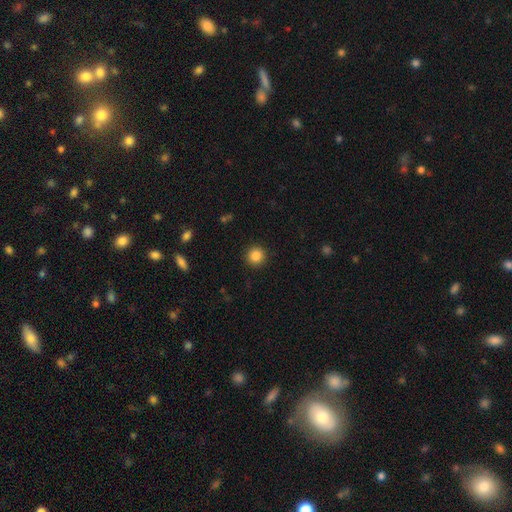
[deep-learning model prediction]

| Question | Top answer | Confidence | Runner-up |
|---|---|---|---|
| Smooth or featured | smooth | 85% | star or artifact (10%) |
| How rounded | round | 95% | in between (4%) |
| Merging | none | 92% | minor disturbance (5%) |